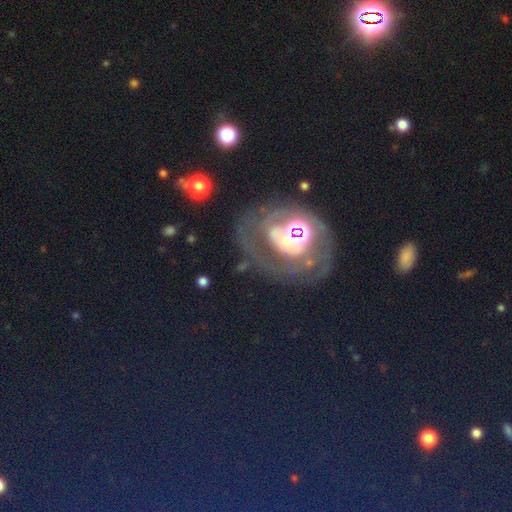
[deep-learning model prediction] Q: Smooth or featured?
A: star or artifact (47%); runner-up: featured or disk (33%)